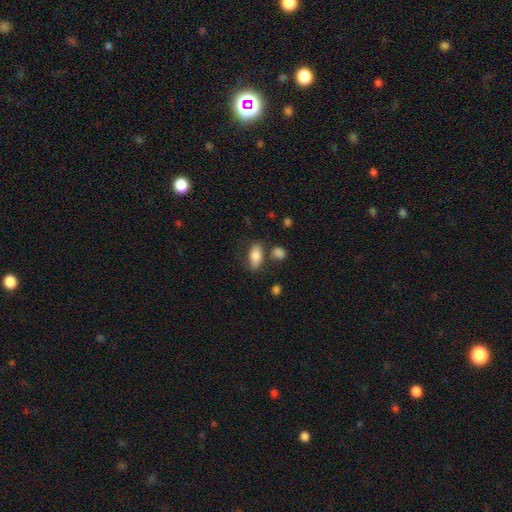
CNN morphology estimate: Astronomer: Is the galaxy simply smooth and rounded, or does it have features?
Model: smooth — 80%.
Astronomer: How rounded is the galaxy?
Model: in between — 86%.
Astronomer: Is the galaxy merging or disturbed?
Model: none — 67%.